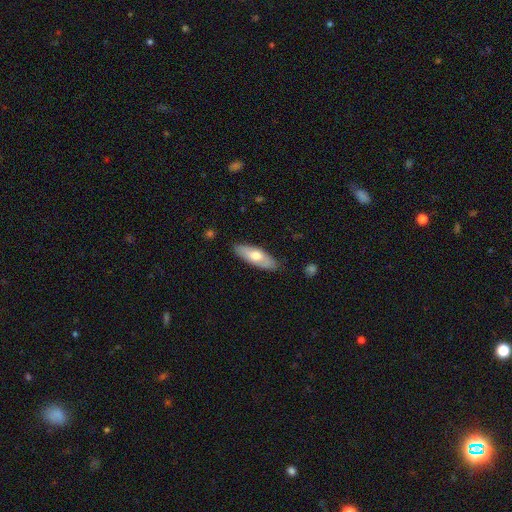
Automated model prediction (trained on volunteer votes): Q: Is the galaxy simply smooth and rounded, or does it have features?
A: smooth — 63%.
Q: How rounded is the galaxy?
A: in between — 63%.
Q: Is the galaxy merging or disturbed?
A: none — 85%.